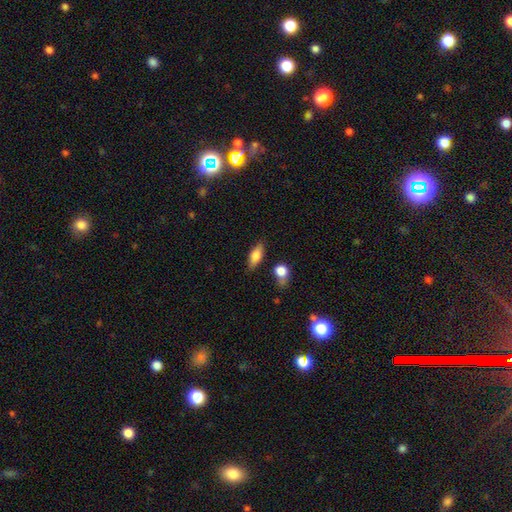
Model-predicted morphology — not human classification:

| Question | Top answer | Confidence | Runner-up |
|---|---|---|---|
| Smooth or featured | smooth | 71% | featured or disk (21%) |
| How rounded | in between | 73% | cigar-shaped (22%) |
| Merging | none | 77% | minor disturbance (15%) |